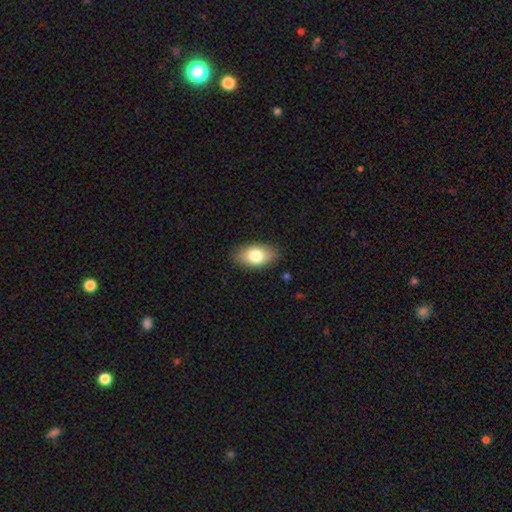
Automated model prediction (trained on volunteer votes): Smooth or featured: smooth — 80% (featured or disk — 13%)
How rounded: in between — 92% (round — 6%)
Merging: none — 86% (minor disturbance — 11%)